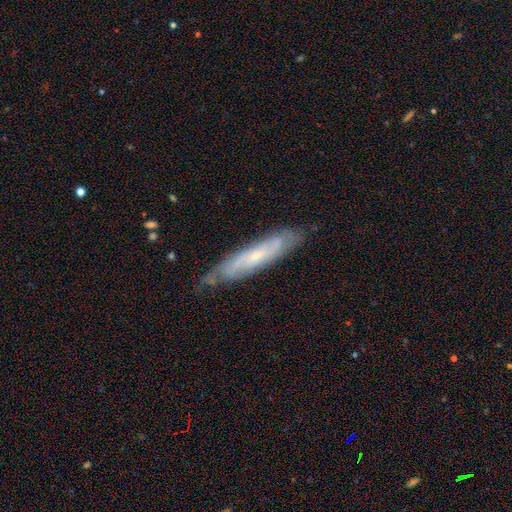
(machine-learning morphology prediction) smooth-or-featured: featured or disk: 69% | smooth: 25% | star or artifact: 6%
  disk-edge-on: no: 60% | yes: 40%
  merging: none: 71% | minor disturbance: 22% | major disturbance: 5% | merger: 2%